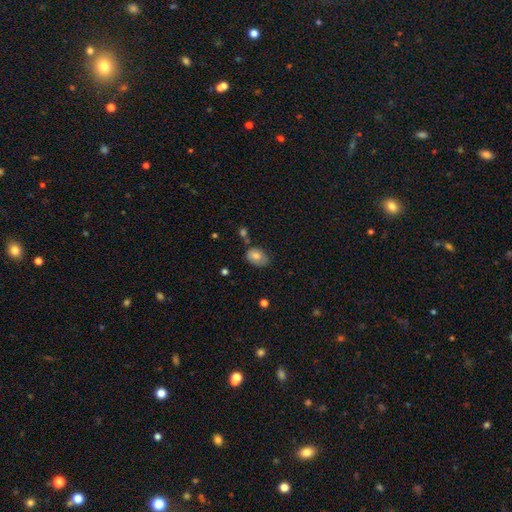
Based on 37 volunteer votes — Morphology: type=smooth (68%); roundness=in between (88%); merging=none (60%).